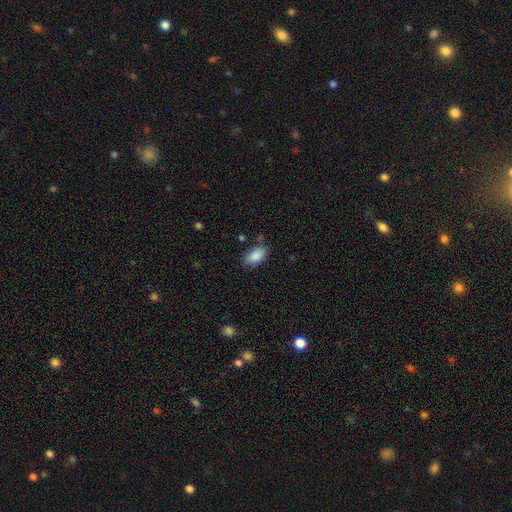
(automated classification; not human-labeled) The model was most divided on "merging": none: 79%, minor disturbance: 14%, merger: 4%, major disturbance: 4%. More confident: how rounded — in between (93%); smooth or featured — smooth (87%).